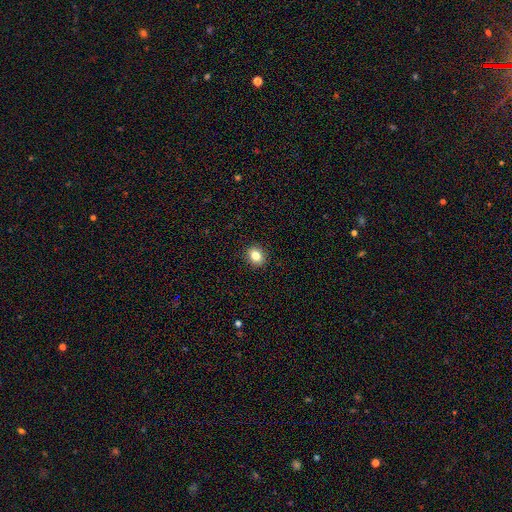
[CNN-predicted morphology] smooth_or_featured: smooth (p=0.83) [alt: star or artifact p=0.10]
how_rounded: round (p=0.59) [alt: in between p=0.40]
merging: none (p=0.91) [alt: minor disturbance p=0.06]